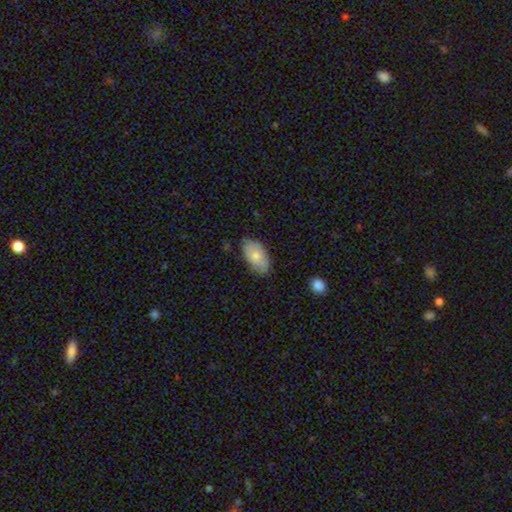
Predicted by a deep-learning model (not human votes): Smooth or featured? Predicted: smooth (p=0.77). How rounded? Predicted: in between (p=0.95). Merging? Predicted: none (p=0.78).